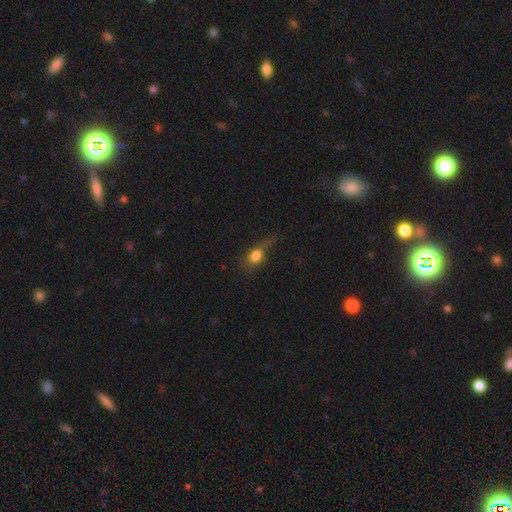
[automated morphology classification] Smooth or featured? Predicted: smooth (p=0.74). How rounded? Predicted: in between (p=0.61). Merging? Predicted: major disturbance (p=0.36).